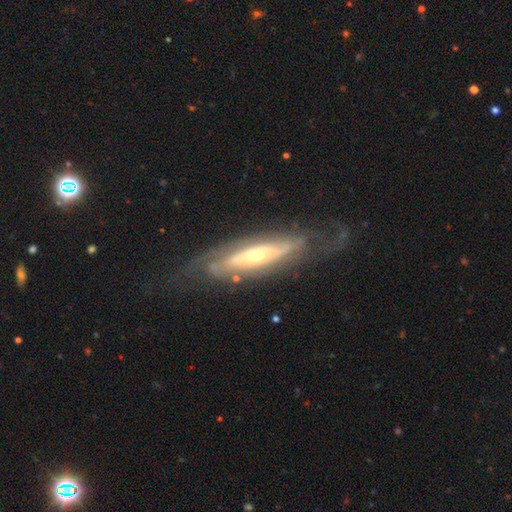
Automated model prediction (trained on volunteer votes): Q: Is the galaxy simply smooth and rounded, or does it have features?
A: featured or disk — 80%.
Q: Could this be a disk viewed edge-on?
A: no — 71%.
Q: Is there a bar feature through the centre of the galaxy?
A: no — 66%.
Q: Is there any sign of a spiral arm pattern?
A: yes — 81%.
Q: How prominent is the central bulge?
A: small — 51%.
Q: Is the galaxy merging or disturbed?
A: none — 65%.